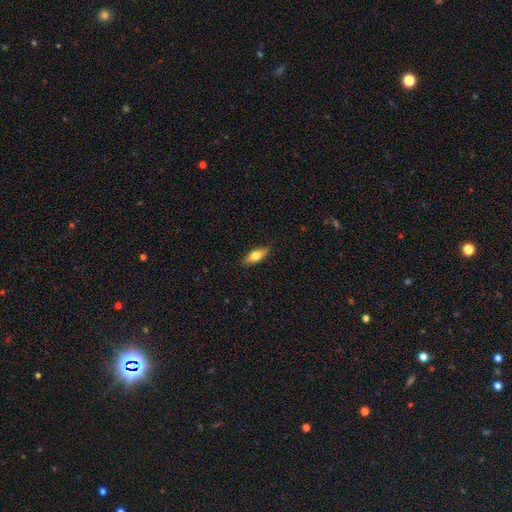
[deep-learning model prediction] Morphology: type=smooth (66%); roundness=in between (68%); merging=none (87%).